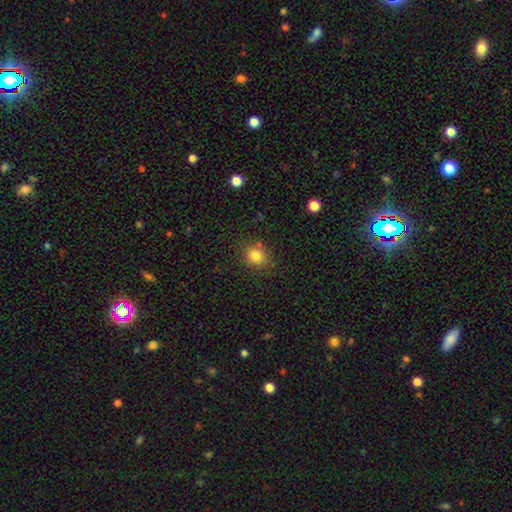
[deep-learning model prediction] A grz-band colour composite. It shows a smooth galaxy with no disk features (81%) that is round (76%). Merging: none (81%).